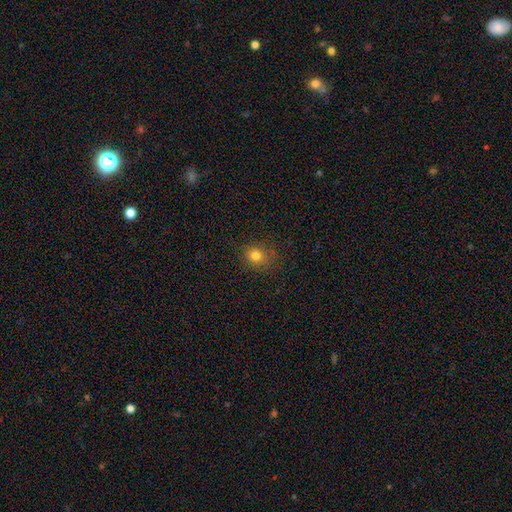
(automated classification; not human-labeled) smooth 79%, star or artifact 15%, featured or disk 6%. Down the decision tree: how rounded — round (78%); merging — none (84%).